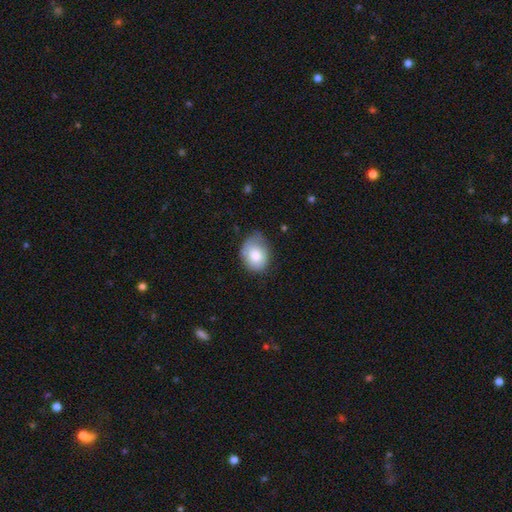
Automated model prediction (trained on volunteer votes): smooth-or-featured: smooth: 78% | featured or disk: 15% | star or artifact: 7%
  how-rounded: in between: 60% | round: 40% | cigar-shaped: 1%
  merging: none: 54% | minor disturbance: 35% | major disturbance: 9% | merger: 2%